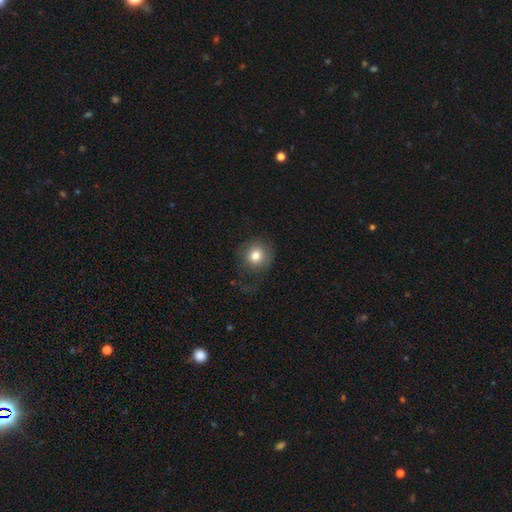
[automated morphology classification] smooth 78%, featured or disk 11%, star or artifact 10%. Down the decision tree: how rounded — round (90%); merging — none (64%).